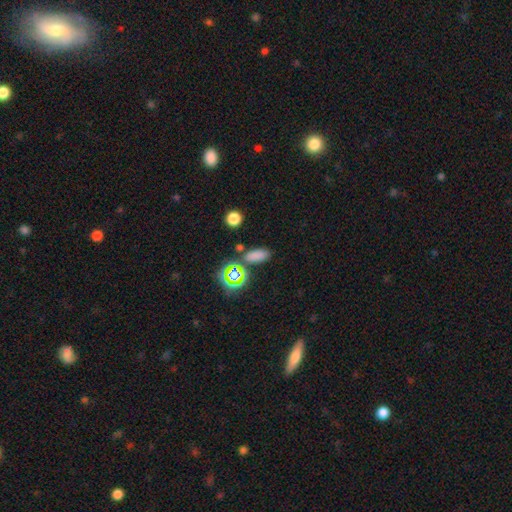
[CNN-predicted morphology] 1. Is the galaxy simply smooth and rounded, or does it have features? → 69% smooth, 25% star or artifact, 7% featured or disk.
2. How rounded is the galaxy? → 80% in between, 10% cigar-shaped, 10% round.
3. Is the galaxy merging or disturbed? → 73% none, 12% minor disturbance, 10% merger, 5% major disturbance.